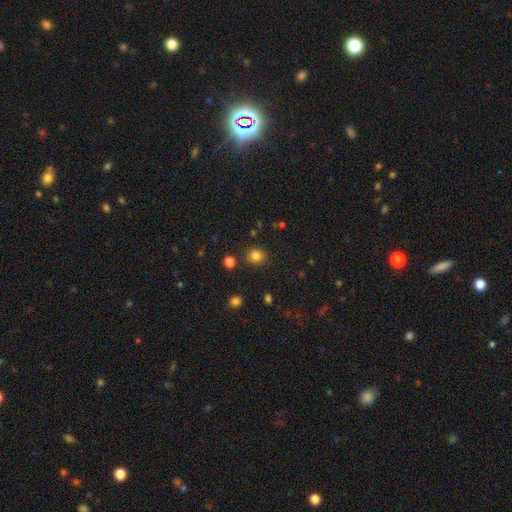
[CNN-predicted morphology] Q: Smooth or featured?
A: smooth (82%); runner-up: star or artifact (13%)
Q: How rounded?
A: round (84%); runner-up: in between (15%)
Q: Merging?
A: none (86%); runner-up: minor disturbance (8%)